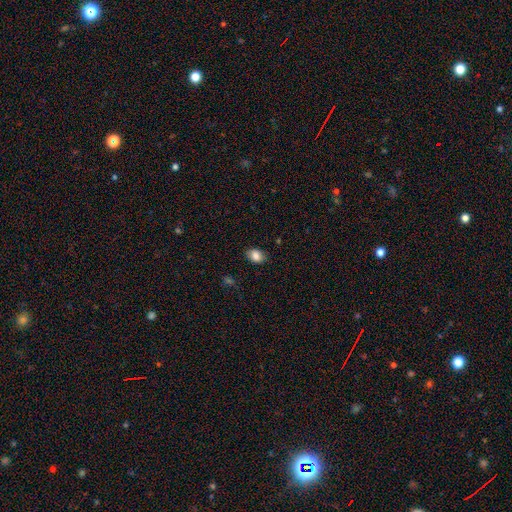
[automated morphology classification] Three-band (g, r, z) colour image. It shows a smooth galaxy with no disk features (85%) that is in between round and cigar-shaped (75%). Merging: none (82%).